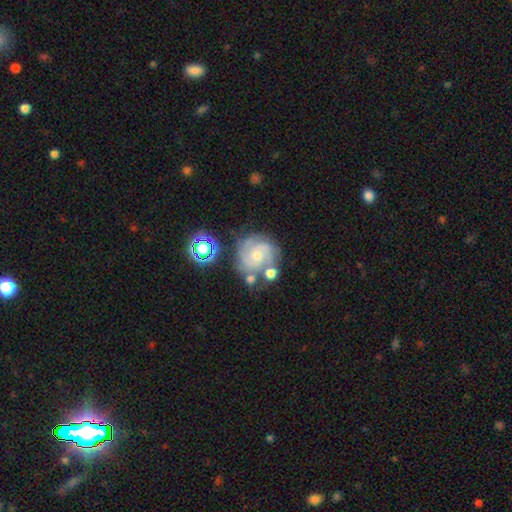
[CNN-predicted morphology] Smooth or featured: featured or disk — 78% (smooth — 12%)
Edge-on disk: no — 98% (yes — 2%)
Bar: no — 68% (weak — 27%)
Spiral arms: yes — 95% (no — 5%)
Spiral winding: tight — 59% (medium — 35%)
Spiral arm count: 3 — 38% (2 — 31%)
Bulge size: small — 52% (moderate — 42%)
Merging: none — 63% (minor disturbance — 18%)